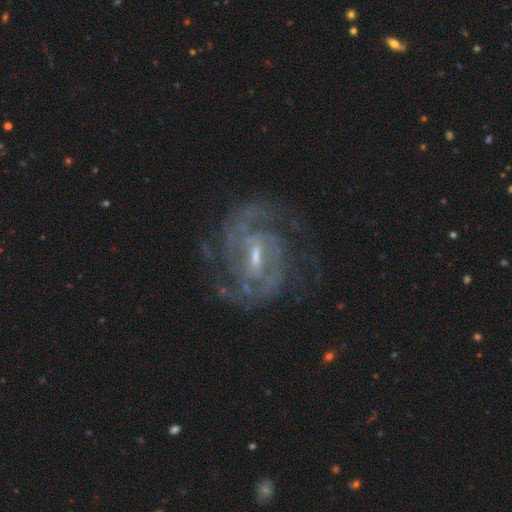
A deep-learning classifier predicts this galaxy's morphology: smooth-or-featured: featured or disk: 90% | star or artifact: 6% | smooth: 4%
  disk-edge-on: no: 97% | yes: 3%
    bar: weak: 51% | strong: 35% | no: 14%
    has-spiral-arms: yes: 97% | no: 3%
      spiral-winding: tight: 48% | medium: 44% | loose: 8%
      spiral-arm-count: 2: 44% | 3: 19% | can't tell: 17% | 4: 9% | more than 4: 5% | 1: 5%
    bulge-size: small: 61% | moderate: 32% | none: 5% | large: 2% | dominant: 1%
  merging: none: 74% | minor disturbance: 15% | major disturbance: 9% | merger: 2%